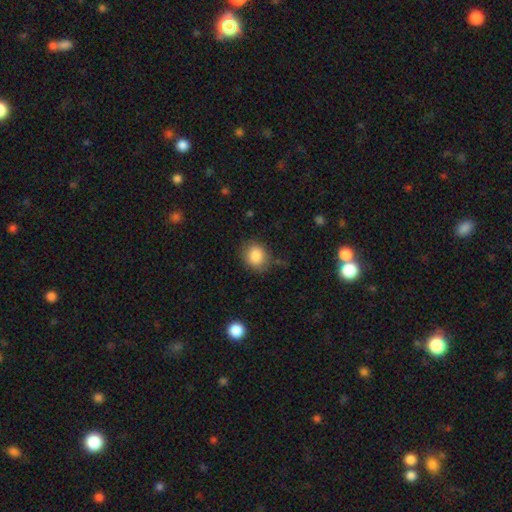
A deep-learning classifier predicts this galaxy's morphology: Q: Smooth or featured?
A: smooth (86%); runner-up: star or artifact (8%)
Q: How rounded?
A: round (69%); runner-up: in between (30%)
Q: Merging?
A: none (77%); runner-up: minor disturbance (16%)